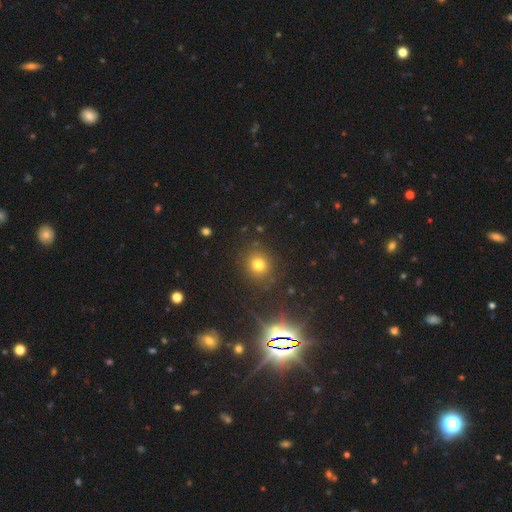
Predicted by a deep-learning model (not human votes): Q: Smooth or featured?
A: smooth (49%); runner-up: star or artifact (41%)
Q: Merging?
A: none (88%); runner-up: minor disturbance (7%)